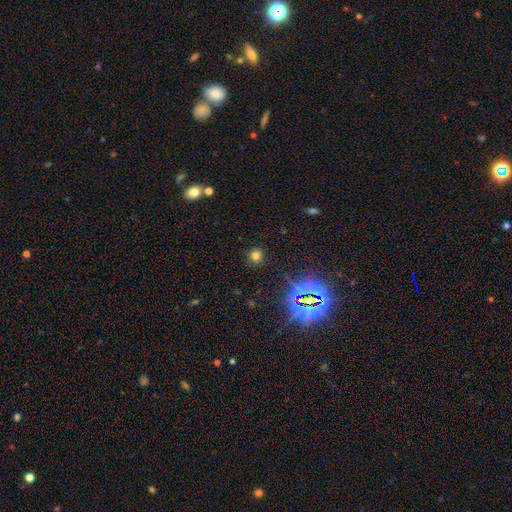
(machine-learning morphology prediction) A smooth galaxy with no disk features (70%) that is round (89%).

Vote fractions:
- Smooth or featured? smooth: 70% / star or artifact: 24% / featured or disk: 7%
- How rounded? round: 89% / in between: 10% / cigar-shaped: 1%
- Merging? none: 89% / minor disturbance: 7% / major disturbance: 3% / merger: 1%